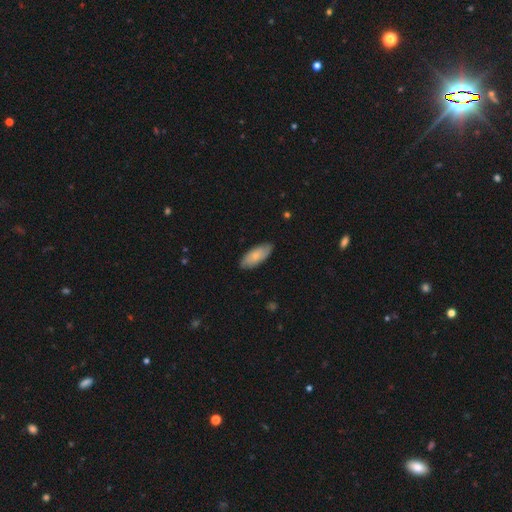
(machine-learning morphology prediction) Smooth or featured? smooth (75%)
How rounded? in between (84%)
Merging? none (84%)